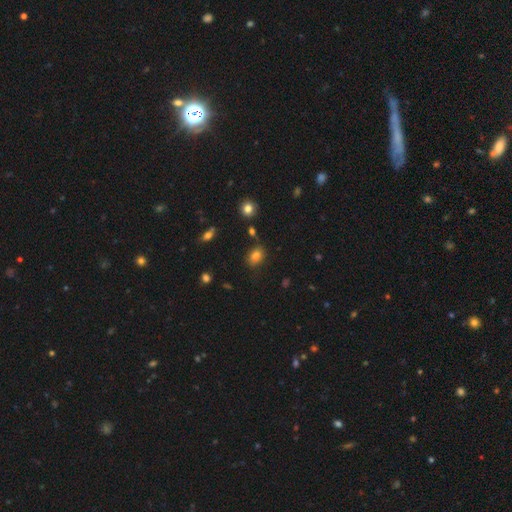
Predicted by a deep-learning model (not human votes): This is clearly a smooth galaxy (82%). How rounded: likely in between (76%). Merging: likely none (76%).